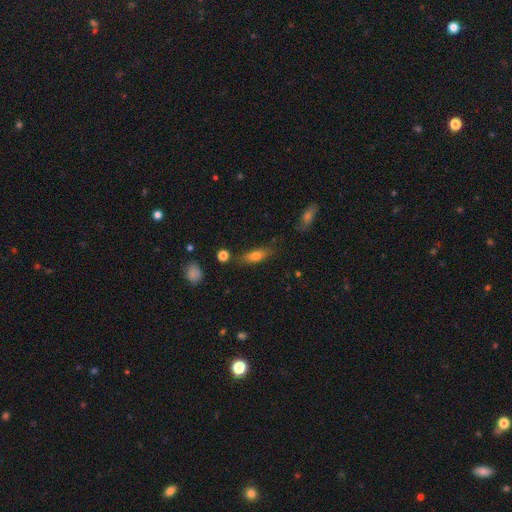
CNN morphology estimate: Smooth or featured: smooth — 72% (featured or disk — 19%)
How rounded: in between — 63% (cigar-shaped — 32%)
Merging: none — 73% (minor disturbance — 18%)